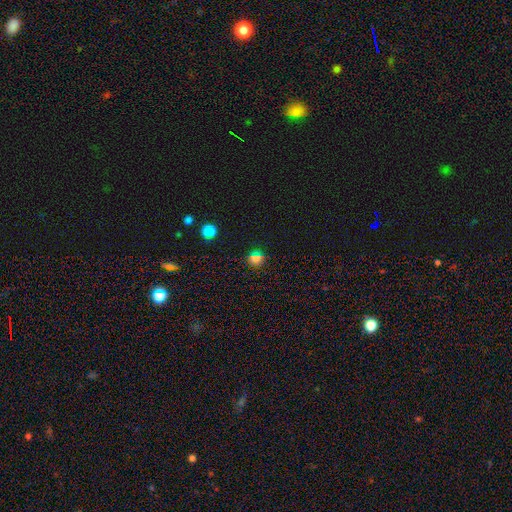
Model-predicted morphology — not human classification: Smooth or featured? Predicted: smooth (p=0.69). How rounded? Predicted: round (p=0.90). Merging? Predicted: none (p=0.88).